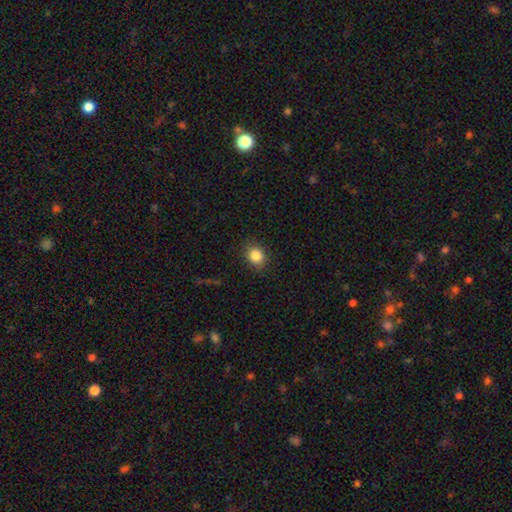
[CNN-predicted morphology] A smooth galaxy with no disk features (86%) that is round (61%).

Vote fractions:
- Smooth or featured? smooth: 86% / star or artifact: 10% / featured or disk: 5%
- How rounded? round: 61% / in between: 38% / cigar-shaped: 1%
- Merging? none: 85% / minor disturbance: 11% / major disturbance: 3% / merger: 1%